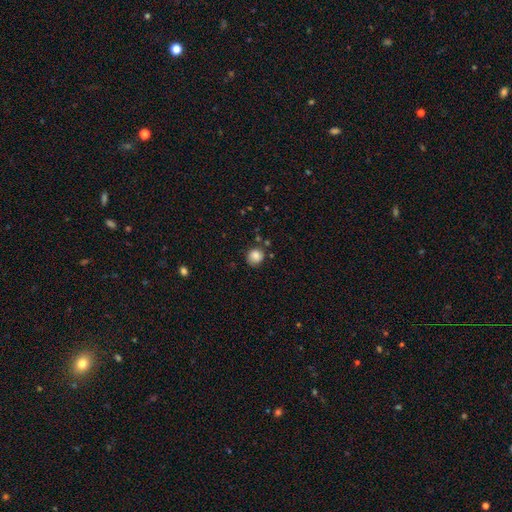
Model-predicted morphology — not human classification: Smooth or featured? Predicted: smooth (p=0.86). How rounded? Predicted: round (p=0.87). Merging? Predicted: none (p=0.76).